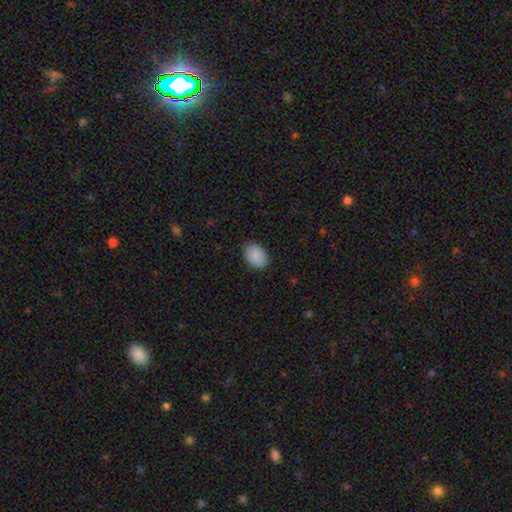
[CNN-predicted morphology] The model was most divided on "how rounded": in between: 78%, round: 21%, cigar-shaped: 1%. More confident: smooth or featured — smooth (89%); merging — none (87%).